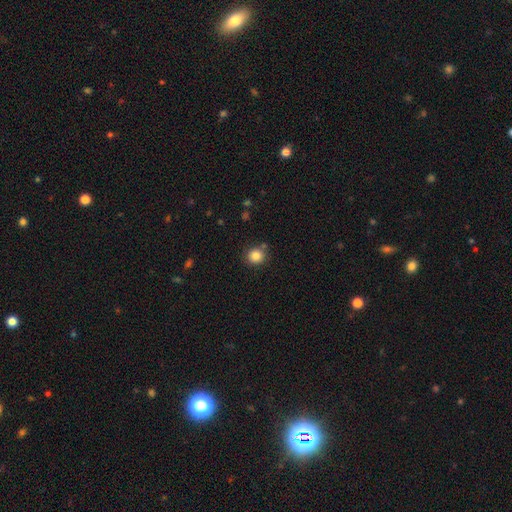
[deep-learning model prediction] Morphology: type=smooth (84%); roundness=round (84%); merging=none (81%).